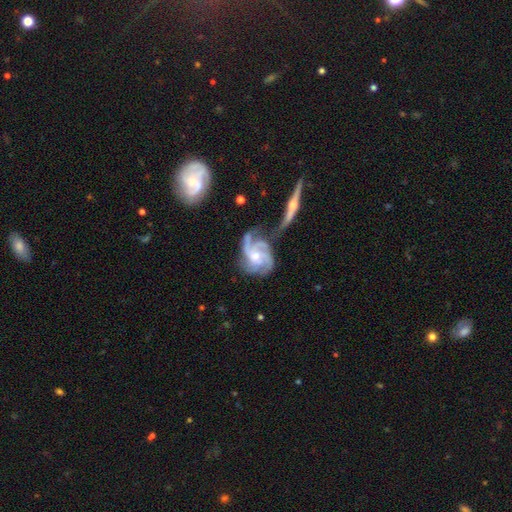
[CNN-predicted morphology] The model was most divided on "spiral winding": medium: 44%, tight: 43%, loose: 13%. Remaining: spiral arms — yes (98%); edge-on disk — no (97%); smooth or featured — featured or disk (89%); bar — no (66%); bulge size — moderate (53%); merging — none (45%); spiral arm count — 3 (45%).